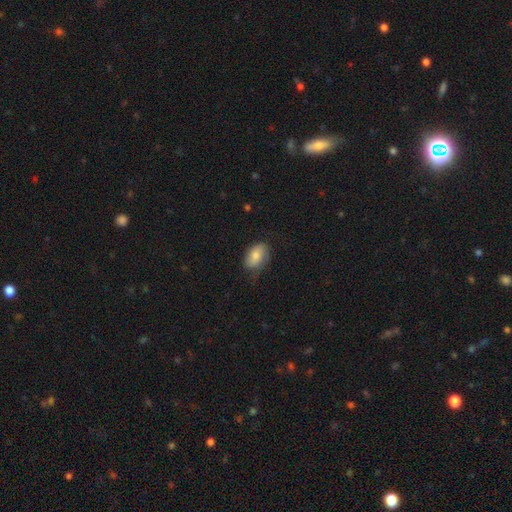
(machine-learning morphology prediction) Overall: smooth (75%). How rounded: in between (87%). Merging: none (63%; minor disturbance 28%).